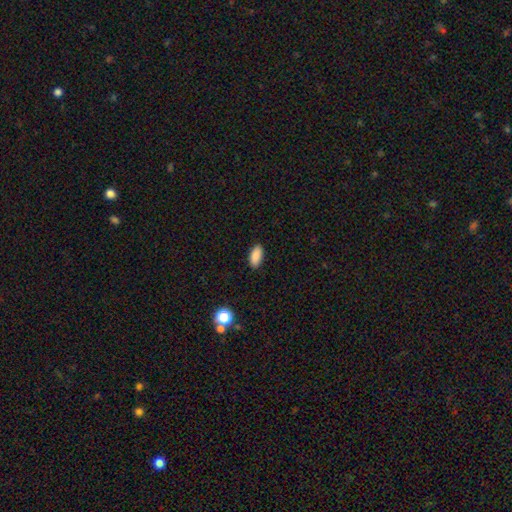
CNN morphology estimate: smooth_or_featured: smooth (p=0.89) [alt: star or artifact p=0.08]
how_rounded: in between (p=0.90) [alt: cigar-shaped p=0.07]
merging: none (p=0.89) [alt: minor disturbance p=0.08]